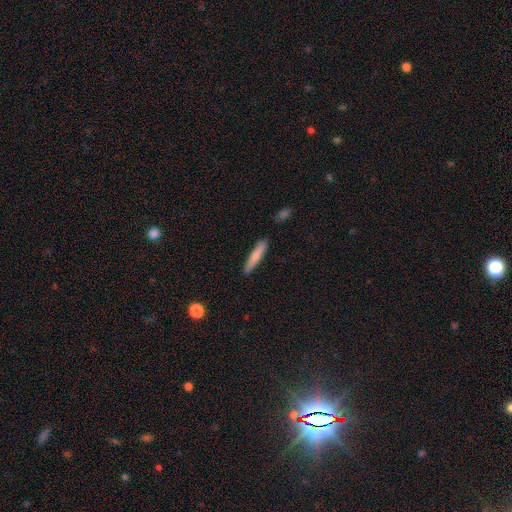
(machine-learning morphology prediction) This is likely a smooth galaxy (76%). How rounded: clearly cigar-shaped (89%). Merging: clearly none (86%).